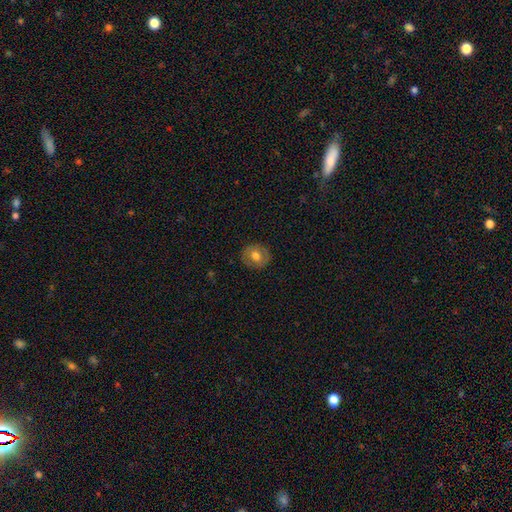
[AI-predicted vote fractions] Smooth or featured?
  - smooth: 66% *
  - featured or disk: 25%
  - star or artifact: 8%
How rounded?
  - round: 84% *
  - in between: 15%
  - cigar-shaped: 1%
Merging?
  - none: 88% *
  - minor disturbance: 9%
  - major disturbance: 2%
  - merger: 1%